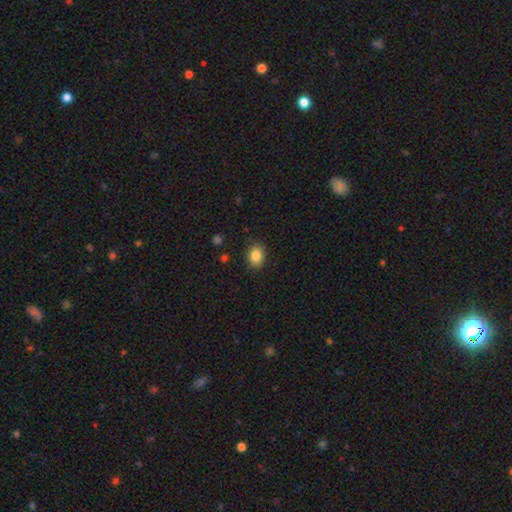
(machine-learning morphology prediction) Smooth or featured? Predicted: smooth (p=0.85). How rounded? Predicted: in between (p=0.61). Merging? Predicted: none (p=0.87).